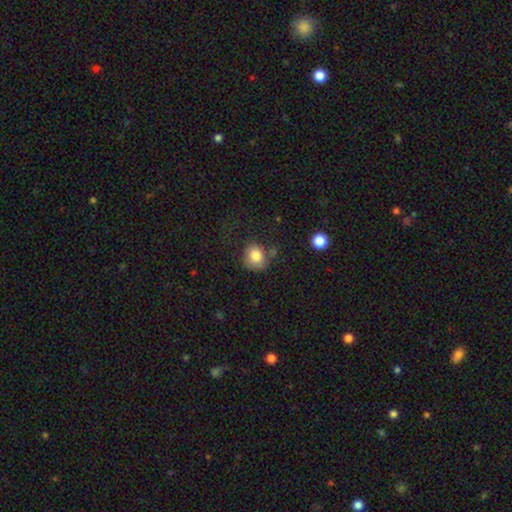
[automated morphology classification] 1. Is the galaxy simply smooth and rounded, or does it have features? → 81% smooth, 10% featured or disk, 9% star or artifact.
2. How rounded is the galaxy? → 69% round, 31% in between, 1% cigar-shaped.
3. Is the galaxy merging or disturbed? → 56% none, 24% minor disturbance, 12% major disturbance, 8% merger.